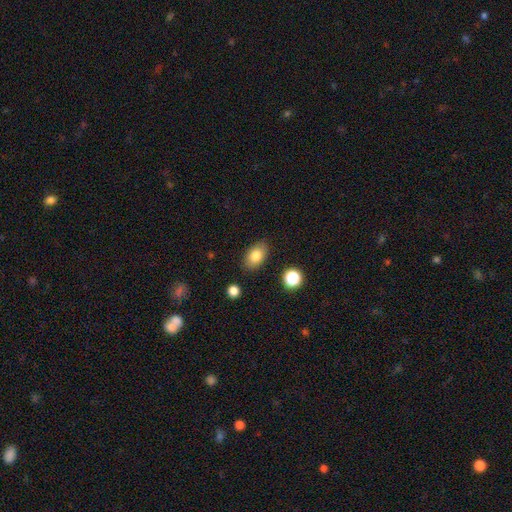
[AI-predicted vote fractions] This appears to be a smooth galaxy with no disk features (81%) that is in between round and cigar-shaped (89%). Merging: none (85%).